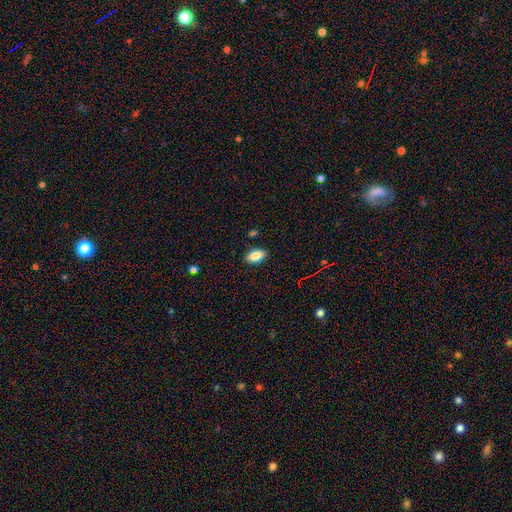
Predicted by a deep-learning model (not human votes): A smooth galaxy with no disk features (85%) that is in between round and cigar-shaped (91%).

Vote fractions:
- Smooth or featured? smooth: 85% / star or artifact: 8% / featured or disk: 7%
- How rounded? in between: 91% / cigar-shaped: 5% / round: 4%
- Merging? none: 86% / minor disturbance: 10% / major disturbance: 2% / merger: 2%